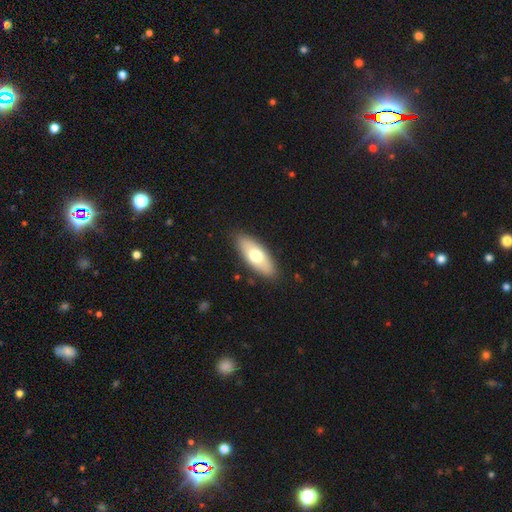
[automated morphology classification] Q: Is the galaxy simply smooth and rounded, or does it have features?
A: smooth — 67%.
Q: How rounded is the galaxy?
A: in between — 78%.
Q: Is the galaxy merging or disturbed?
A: none — 87%.